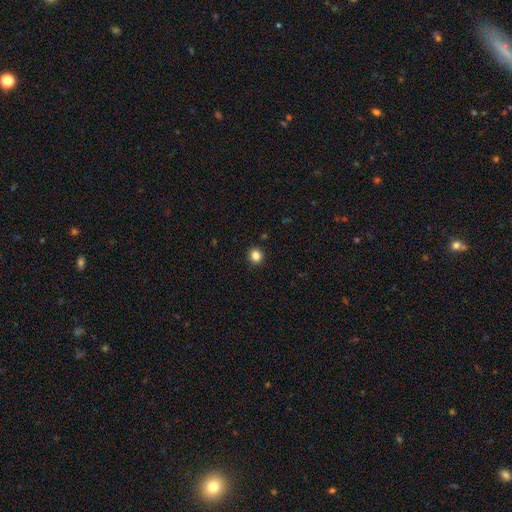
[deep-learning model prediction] Smooth or featured? Predicted: smooth (p=0.84). How rounded? Predicted: round (p=0.86). Merging? Predicted: none (p=0.92).